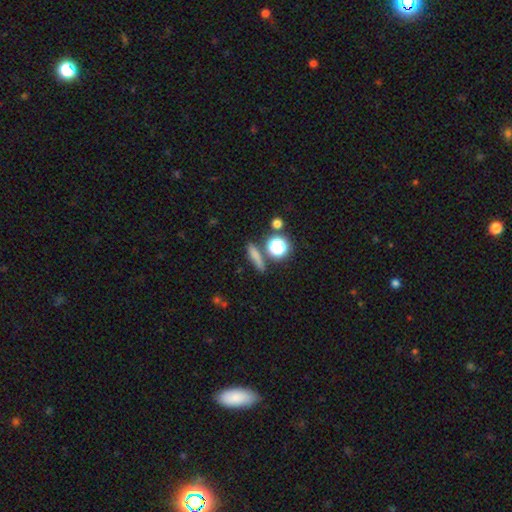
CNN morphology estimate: smooth_or_featured: smooth (p=0.69) [alt: star or artifact p=0.16]
how_rounded: cigar-shaped (p=0.61) [alt: round p=0.21]
merging: none (p=0.77) [alt: minor disturbance p=0.11]